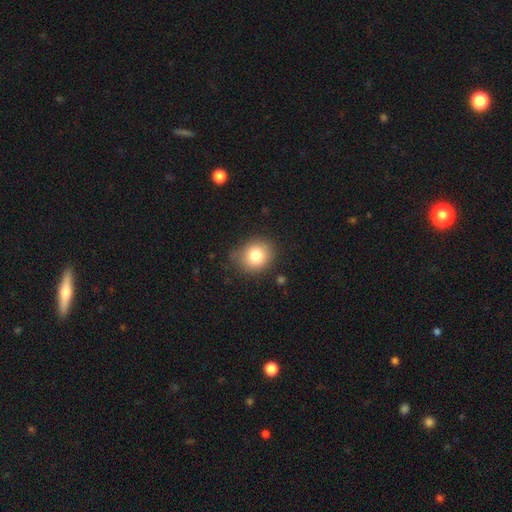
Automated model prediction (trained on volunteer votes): Smooth or featured: smooth — 80% (star or artifact — 10%)
How rounded: round — 73% (in between — 26%)
Merging: none — 78% (minor disturbance — 16%)